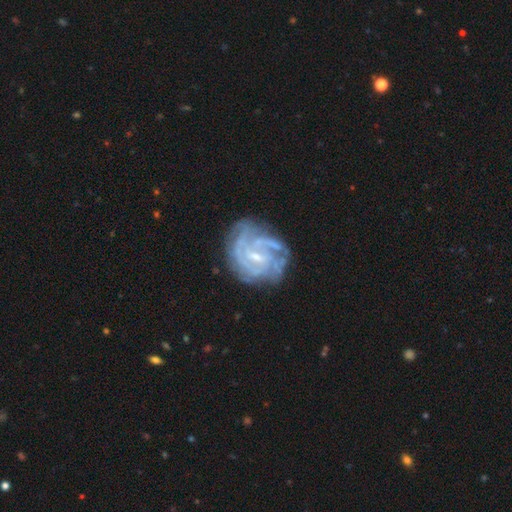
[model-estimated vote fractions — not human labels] Smooth or featured: featured or disk — 85% (smooth — 8%)
Edge-on disk: no — 98% (yes — 2%)
Bar: weak — 56% (no — 27%)
Spiral arms: yes — 92% (no — 8%)
Spiral winding: tight — 62% (medium — 31%)
Spiral arm count: can't tell — 36% (3 — 21%)
Bulge size: small — 64% (moderate — 28%)
Merging: none — 62% (minor disturbance — 22%)